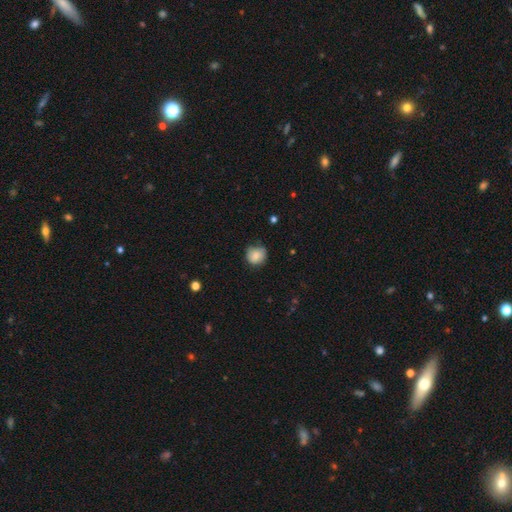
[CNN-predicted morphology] A smooth galaxy with no disk features (81%) that is round (86%). Merging: none (70%).